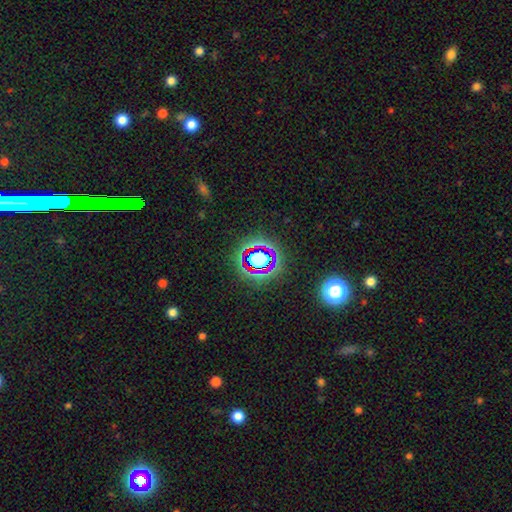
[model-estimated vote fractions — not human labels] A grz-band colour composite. It shows a star or artifact, not a galaxy (61%).